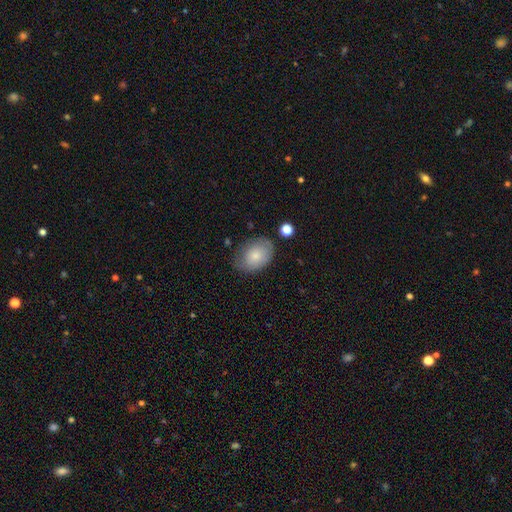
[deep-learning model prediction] smooth-or-featured: smooth: 80% | featured or disk: 13% | star or artifact: 7%
  how-rounded: in between: 78% | round: 21% | cigar-shaped: 1%
  merging: none: 68% | minor disturbance: 24% | major disturbance: 6% | merger: 3%